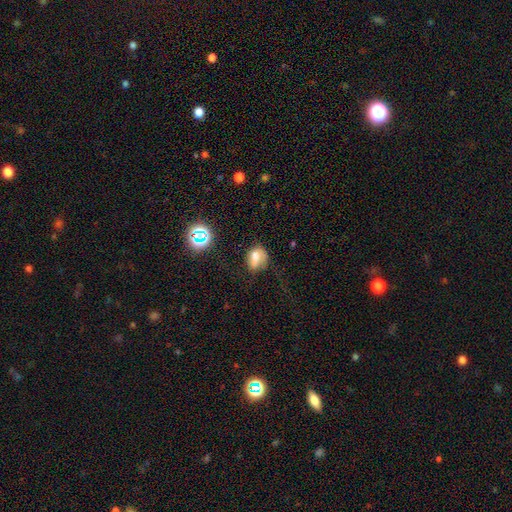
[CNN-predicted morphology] smooth-or-featured: smooth: 60% | featured or disk: 24% | star or artifact: 16%
  how-rounded: in between: 59% | round: 39% | cigar-shaped: 2%
  merging: none: 42% | minor disturbance: 31% | major disturbance: 21% | merger: 6%